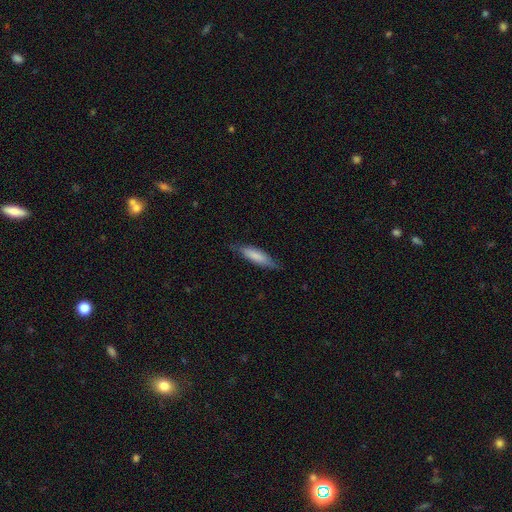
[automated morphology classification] Smooth or featured: smooth — 74% (featured or disk — 20%)
How rounded: cigar-shaped — 64% (in between — 34%)
Merging: none — 76% (minor disturbance — 19%)